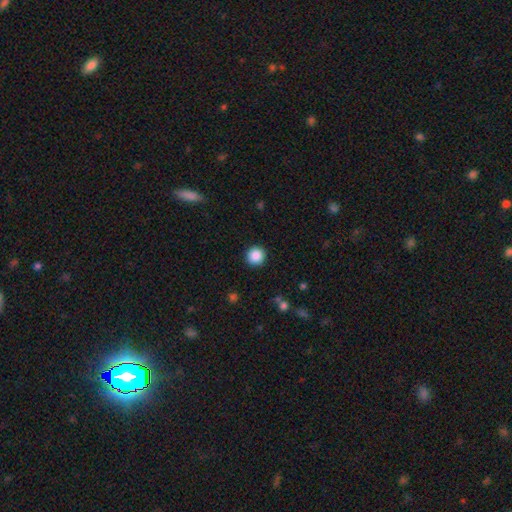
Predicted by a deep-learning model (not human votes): smooth 88%, star or artifact 9%, featured or disk 3%. Down the decision tree: how rounded — round (95%); merging — none (92%).